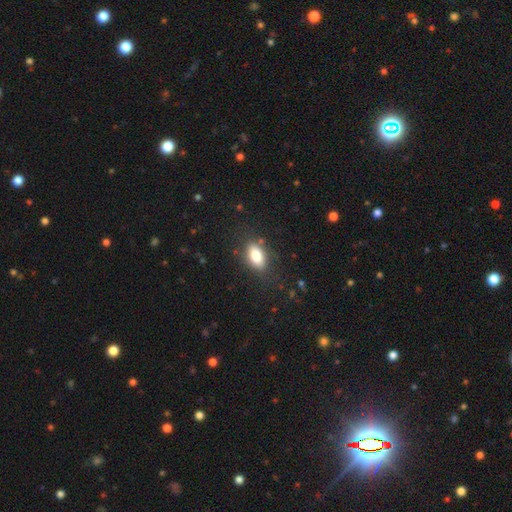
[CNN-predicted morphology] A smooth galaxy with no disk features (82%) that is in between round and cigar-shaped (88%).

Vote fractions:
- Smooth or featured? smooth: 82% / featured or disk: 10% / star or artifact: 8%
- How rounded? in between: 88% / round: 6% / cigar-shaped: 6%
- Merging? none: 80% / minor disturbance: 14% / major disturbance: 5% / merger: 2%